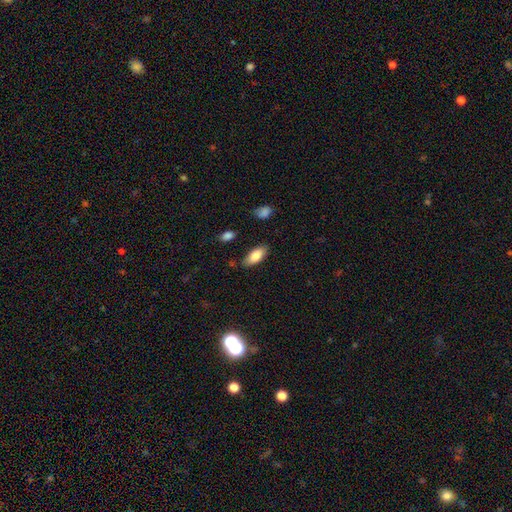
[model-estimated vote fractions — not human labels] Smooth or featured? smooth (81%)
How rounded? in between (85%)
Merging? none (81%)